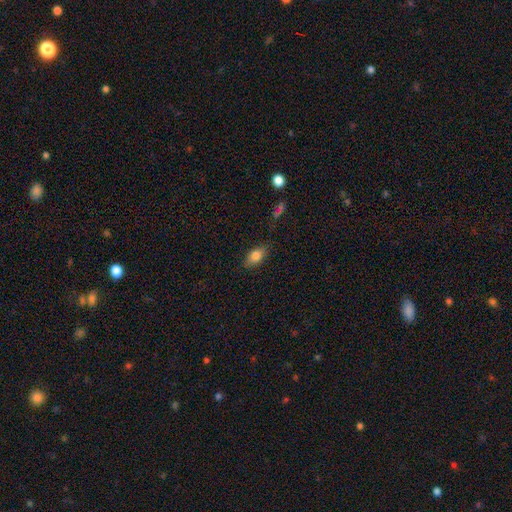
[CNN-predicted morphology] type=smooth (80%); roundness=in between (88%); merging=none (82%).